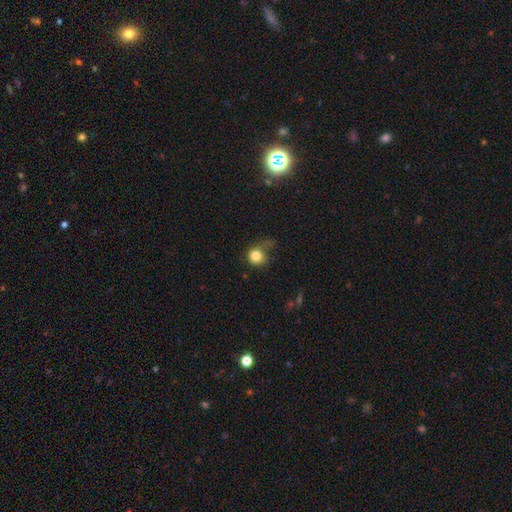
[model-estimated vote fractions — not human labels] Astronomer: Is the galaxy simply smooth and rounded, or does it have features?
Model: smooth — 79%.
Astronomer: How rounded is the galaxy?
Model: round — 84%.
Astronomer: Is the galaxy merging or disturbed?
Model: none — 39% (runner-up: major disturbance, 30%).